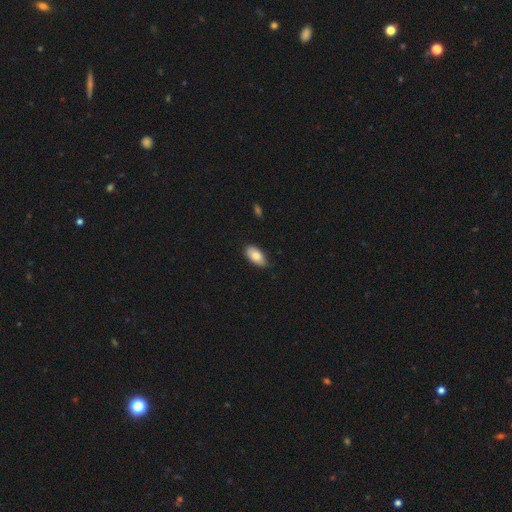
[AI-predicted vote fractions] Overall: smooth (80%). How rounded: in between (94%). Merging: none (79%).